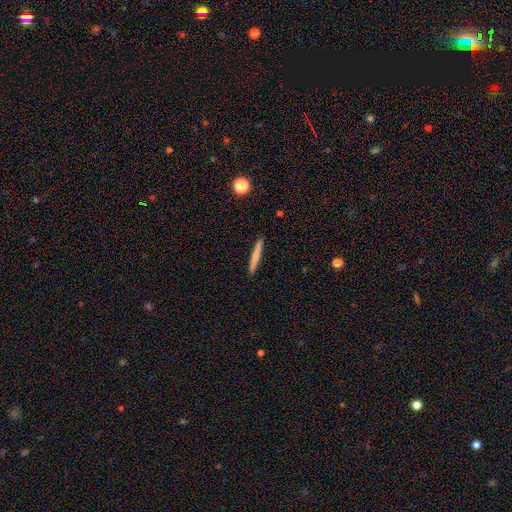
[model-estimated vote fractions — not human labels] Morphology: type=smooth (71%); roundness=cigar-shaped (96%); merging=none (91%).